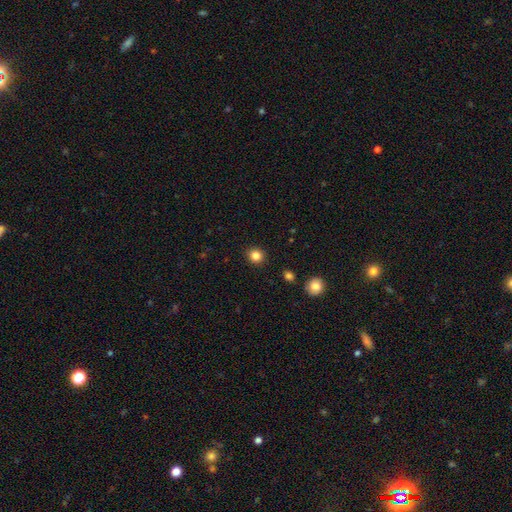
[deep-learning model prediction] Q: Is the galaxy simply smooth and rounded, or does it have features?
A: smooth — 84%.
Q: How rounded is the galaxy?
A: round — 89%.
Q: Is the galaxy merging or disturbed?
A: none — 91%.